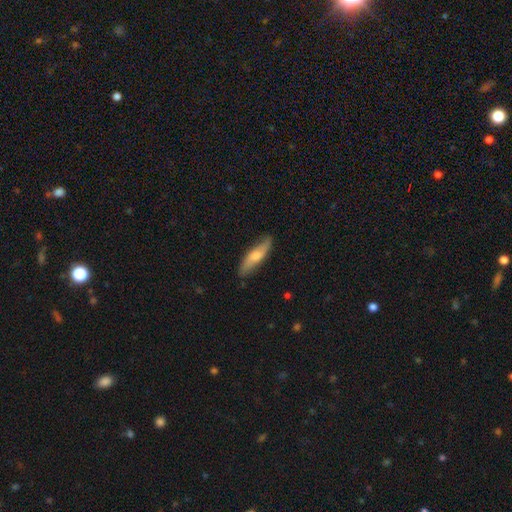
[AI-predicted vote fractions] smooth-or-featured: smooth: 55% | featured or disk: 40% | star or artifact: 6%
  how-rounded: cigar-shaped: 68% | in between: 30% | round: 2%
  merging: none: 83% | minor disturbance: 14% | major disturbance: 2% | merger: 1%